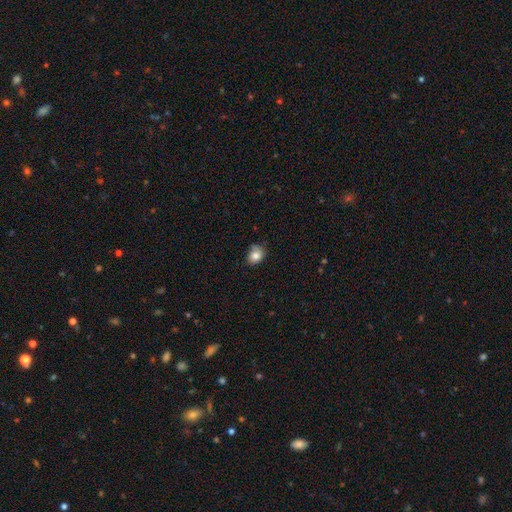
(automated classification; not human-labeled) Smooth or featured: smooth — 79% (featured or disk — 11%)
How rounded: in between — 50% (round — 49%)
Merging: none — 59% (minor disturbance — 29%)